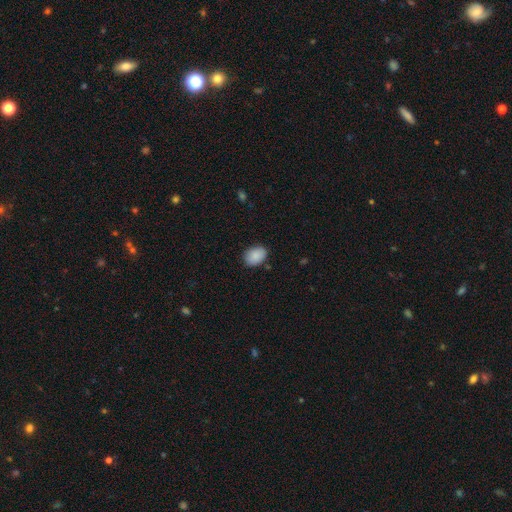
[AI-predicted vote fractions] Smooth or featured? Predicted: smooth (p=0.89). How rounded? Predicted: in between (p=0.78). Merging? Predicted: none (p=0.84).